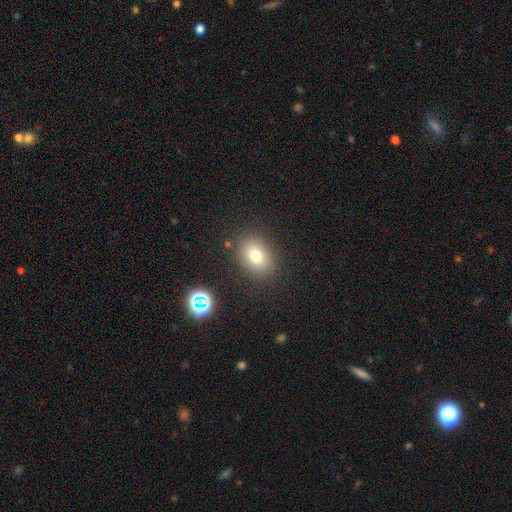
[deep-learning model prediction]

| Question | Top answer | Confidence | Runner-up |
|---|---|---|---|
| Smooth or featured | smooth | 78% | star or artifact (12%) |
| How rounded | in between | 69% | round (30%) |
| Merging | none | 85% | minor disturbance (10%) |